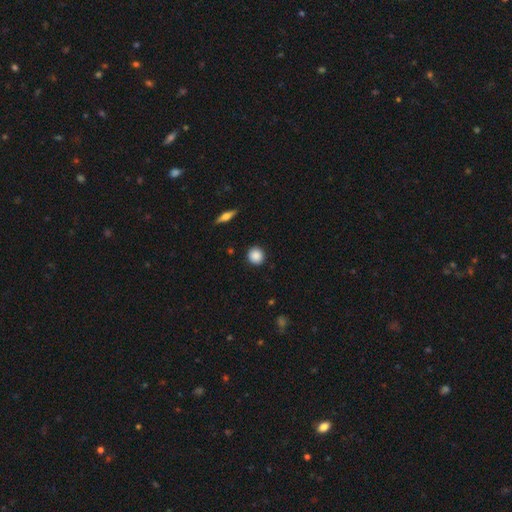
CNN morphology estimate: A smooth galaxy with no disk features (87%) that is round (91%). Merging: none (91%).